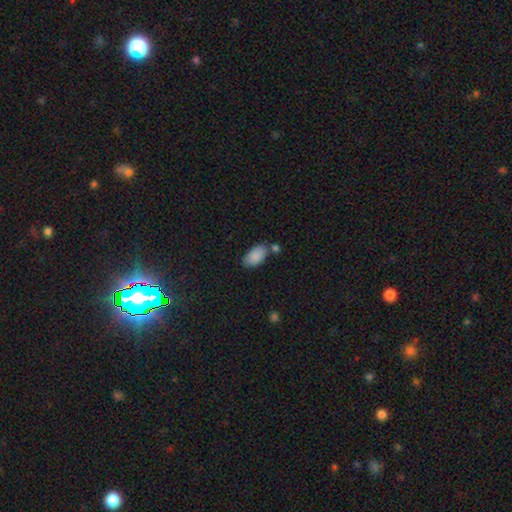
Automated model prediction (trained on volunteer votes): Smooth or featured?
  - smooth: 87% *
  - star or artifact: 7%
  - featured or disk: 6%
How rounded?
  - in between: 94% *
  - round: 4%
  - cigar-shaped: 2%
Merging?
  - none: 65% *
  - minor disturbance: 19%
  - merger: 12%
  - major disturbance: 4%